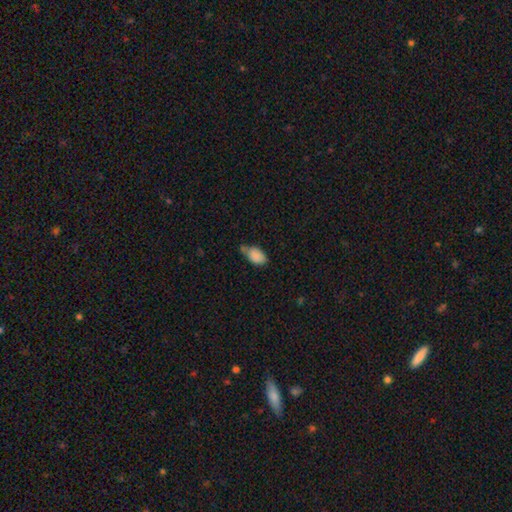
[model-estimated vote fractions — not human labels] A smooth galaxy with no disk features (86%) that is in between round and cigar-shaped (91%).

Vote fractions:
- Smooth or featured? smooth: 86% / star or artifact: 8% / featured or disk: 5%
- How rounded? in between: 91% / round: 7% / cigar-shaped: 2%
- Merging? none: 41% / minor disturbance: 34% / merger: 16% / major disturbance: 9%